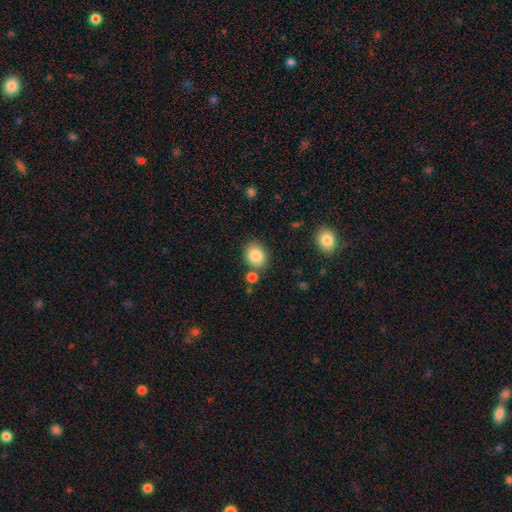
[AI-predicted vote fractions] Smooth or featured: smooth — 86% (star or artifact — 8%)
How rounded: in between — 52% (round — 47%)
Merging: none — 75% (minor disturbance — 12%)